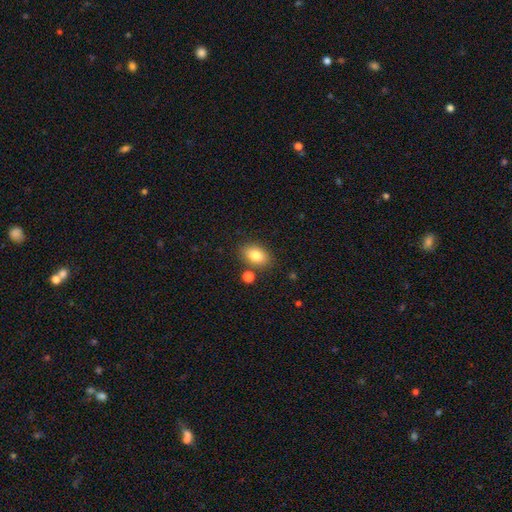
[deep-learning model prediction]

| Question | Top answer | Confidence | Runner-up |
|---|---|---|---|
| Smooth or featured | smooth | 82% | featured or disk (9%) |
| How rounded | in between | 82% | round (16%) |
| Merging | none | 80% | minor disturbance (11%) |